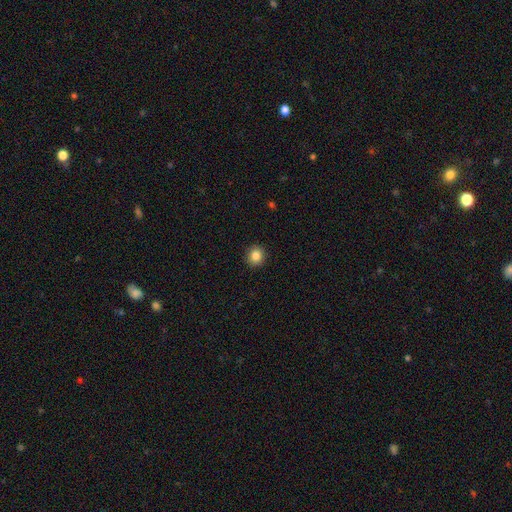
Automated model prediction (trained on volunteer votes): Smooth or featured?
  - smooth: 85% *
  - star or artifact: 10%
  - featured or disk: 5%
How rounded?
  - round: 88% *
  - in between: 11%
  - cigar-shaped: 1%
Merging?
  - none: 92% *
  - minor disturbance: 5%
  - major disturbance: 2%
  - merger: 1%